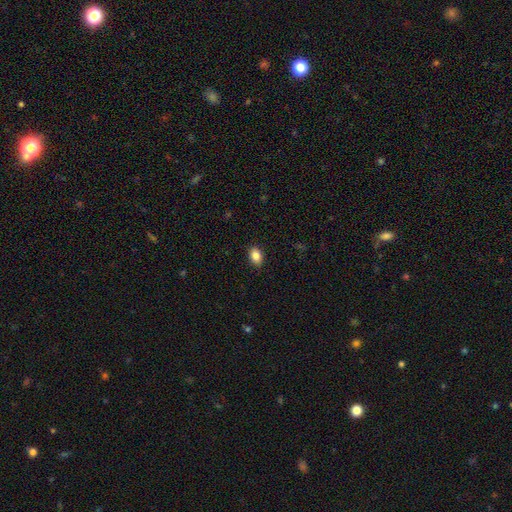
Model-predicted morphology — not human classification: smooth 87%, star or artifact 9%, featured or disk 5%. Down the decision tree: how rounded — in between (83%); merging — none (89%).